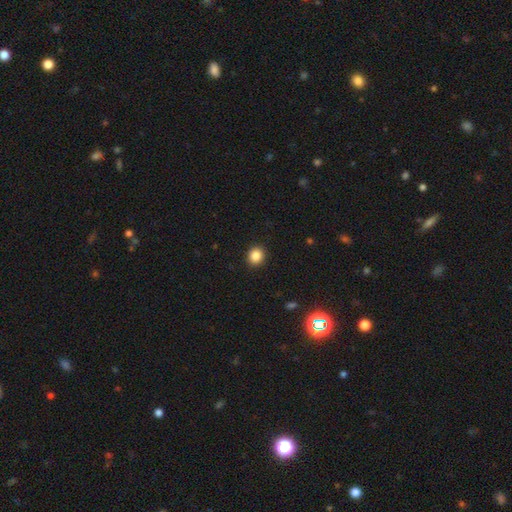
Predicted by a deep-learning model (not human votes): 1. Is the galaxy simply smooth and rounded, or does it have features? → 87% smooth, 10% star or artifact, 3% featured or disk.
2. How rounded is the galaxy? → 78% round, 21% in between, 1% cigar-shaped.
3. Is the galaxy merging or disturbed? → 92% none, 5% minor disturbance, 2% major disturbance, 1% merger.